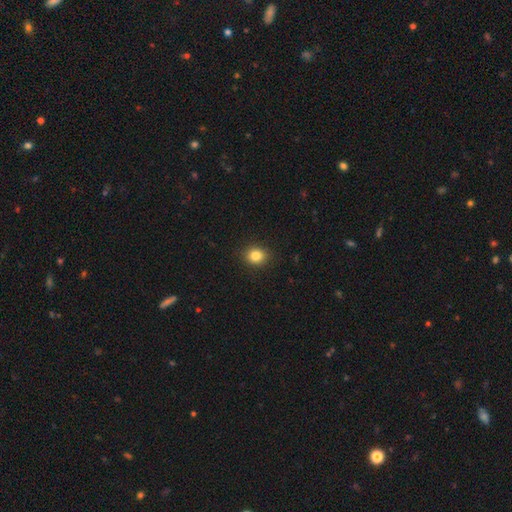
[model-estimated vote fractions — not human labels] This appears to be a smooth galaxy with no disk features (84%) that is round (67%). Merging: none (90%).